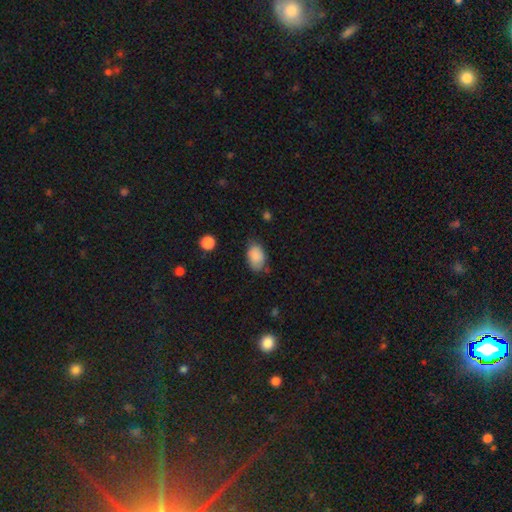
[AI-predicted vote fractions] A smooth galaxy with no disk features (87%) that is in between round and cigar-shaped (88%).

Vote fractions:
- Smooth or featured? smooth: 87% / star or artifact: 8% / featured or disk: 6%
- How rounded? in between: 88% / round: 11% / cigar-shaped: 1%
- Merging? none: 68% / minor disturbance: 24% / major disturbance: 5% / merger: 2%